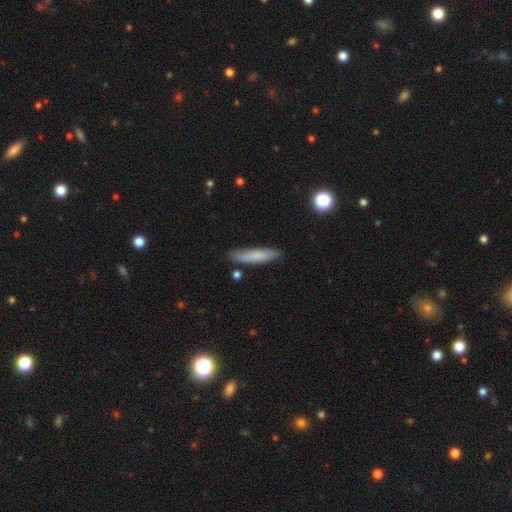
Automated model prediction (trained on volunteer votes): Smooth or featured? Predicted: smooth (p=0.74). How rounded? Predicted: cigar-shaped (p=0.83). Merging? Predicted: none (p=0.83).